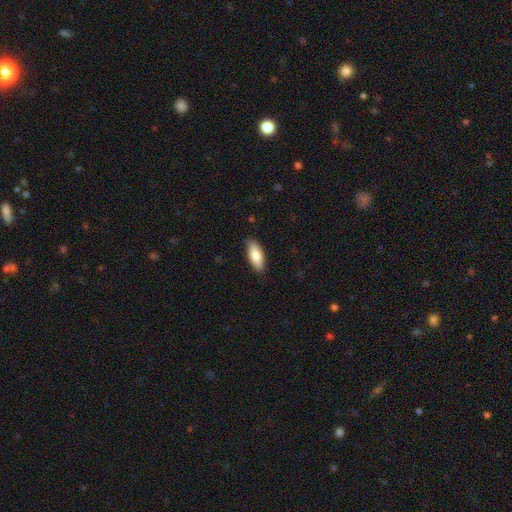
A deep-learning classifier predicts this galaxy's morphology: A smooth galaxy with no disk features (83%) that is in between round and cigar-shaped (76%). Merging: none (85%).